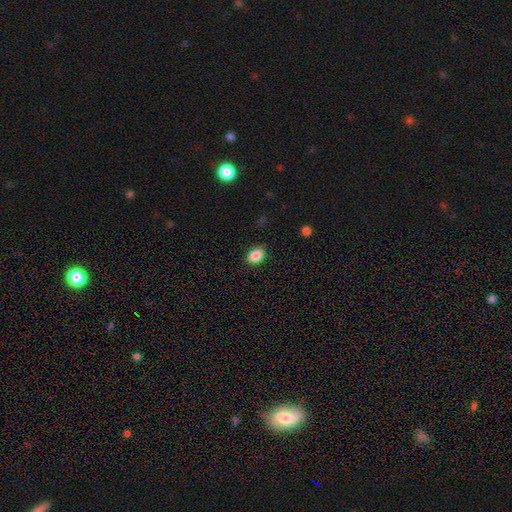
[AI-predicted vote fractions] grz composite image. It shows a smooth galaxy with no disk features (87%) that is in between round and cigar-shaped (70%). Merging: none (88%).